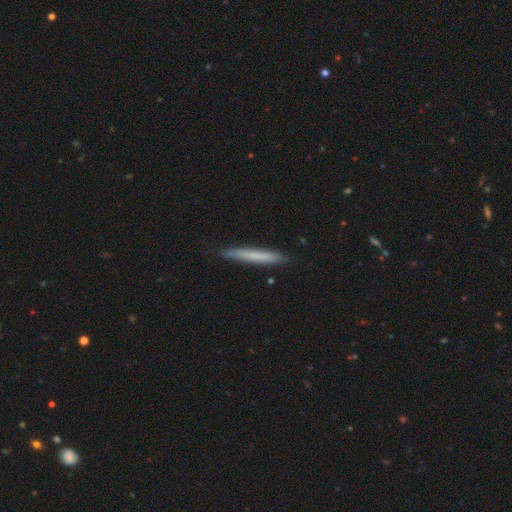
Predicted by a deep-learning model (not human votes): A smooth galaxy with no disk features (65%) that is cigar-shaped (96%). Merging: none (86%).